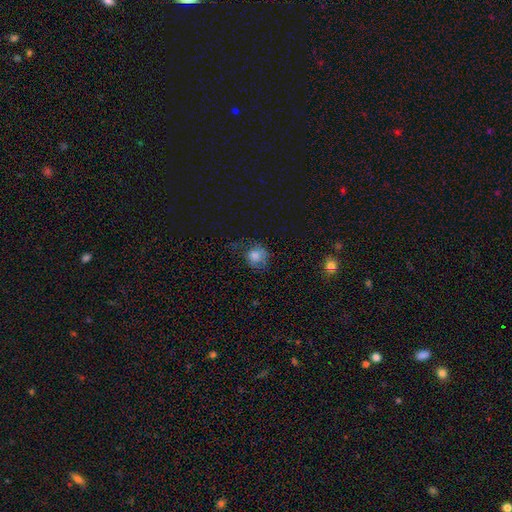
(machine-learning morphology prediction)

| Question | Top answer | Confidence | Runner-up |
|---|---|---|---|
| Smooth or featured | smooth | 78% | star or artifact (12%) |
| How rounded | round | 80% | in between (19%) |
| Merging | none | 59% | minor disturbance (25%) |